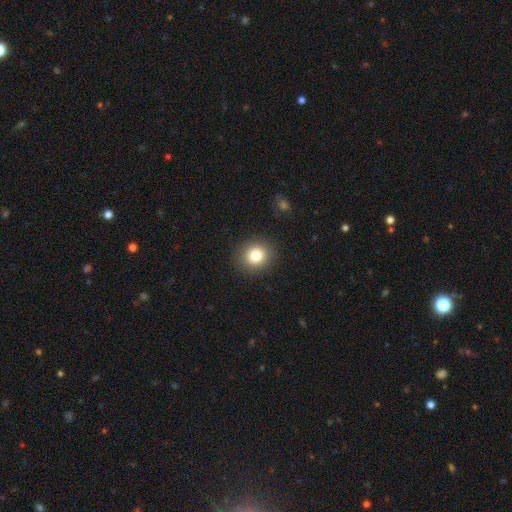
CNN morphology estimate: Q: Smooth or featured?
A: smooth (82%); runner-up: star or artifact (11%)
Q: How rounded?
A: round (82%); runner-up: in between (17%)
Q: Merging?
A: none (90%); runner-up: minor disturbance (6%)